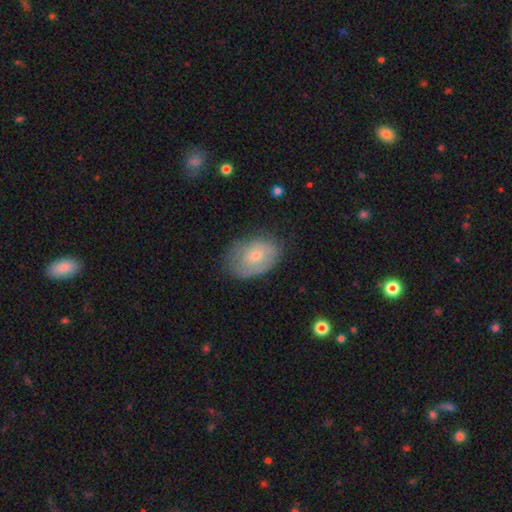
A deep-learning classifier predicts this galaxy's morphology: Overall: smooth (52%; featured or disk 40%). How rounded: in between (81%). Merging: none (65%; minor disturbance 26%).